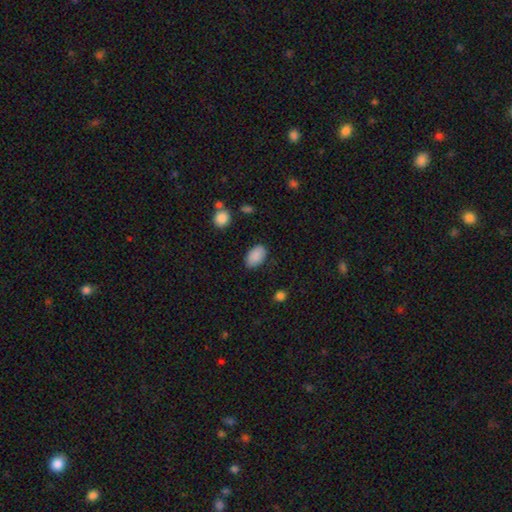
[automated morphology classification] This is clearly a smooth galaxy (89%). How rounded: clearly in between (91%). Merging: clearly none (84%).